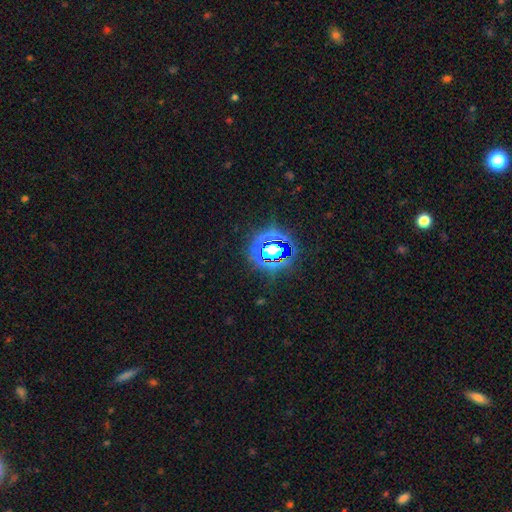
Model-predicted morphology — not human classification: star or artifact 80%, smooth 14%, featured or disk 6%.